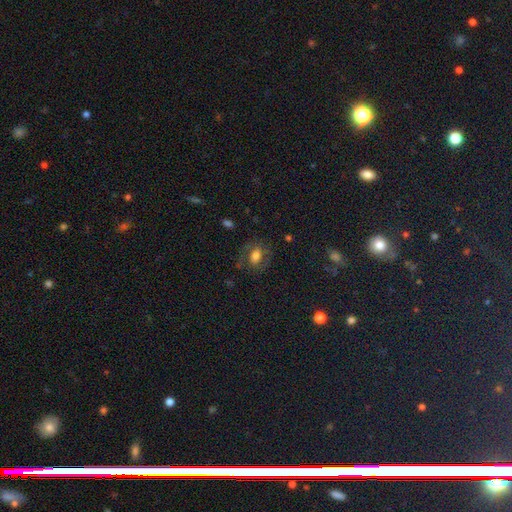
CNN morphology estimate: Q: Smooth or featured?
A: smooth (52%); runner-up: featured or disk (37%)
Q: How rounded?
A: in between (75%); runner-up: round (23%)
Q: Merging?
A: none (68%); runner-up: minor disturbance (17%)